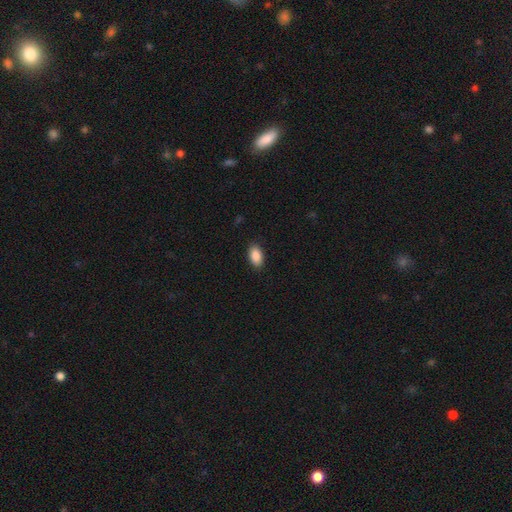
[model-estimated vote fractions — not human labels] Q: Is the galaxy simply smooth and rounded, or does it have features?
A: smooth — 89%.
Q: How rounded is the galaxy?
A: in between — 93%.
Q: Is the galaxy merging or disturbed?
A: none — 89%.